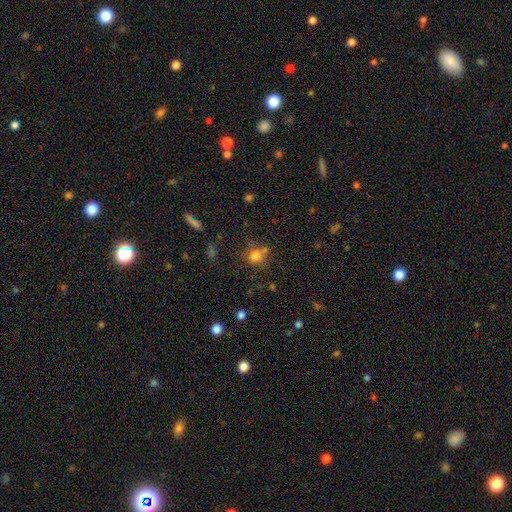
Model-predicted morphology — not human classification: Smooth or featured?
  - smooth: 78% *
  - star or artifact: 14%
  - featured or disk: 8%
How rounded?
  - round: 85% *
  - in between: 14%
  - cigar-shaped: 1%
Merging?
  - none: 65% *
  - merger: 16%
  - minor disturbance: 14%
  - major disturbance: 6%